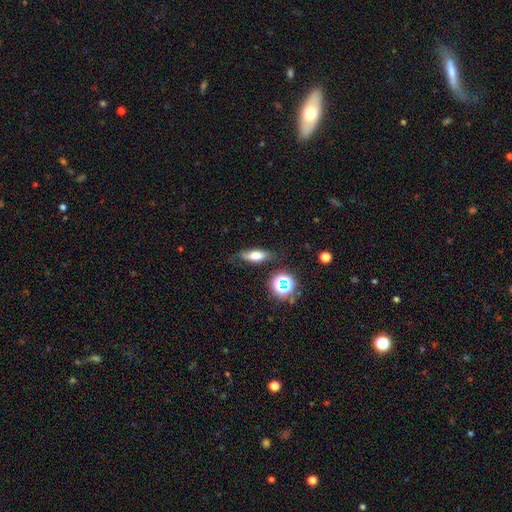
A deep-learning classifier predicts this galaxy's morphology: The model was most divided on "how rounded": in between: 58%, cigar-shaped: 35%, round: 7%. More confident: merging — none (75%); smooth or featured — smooth (67%).